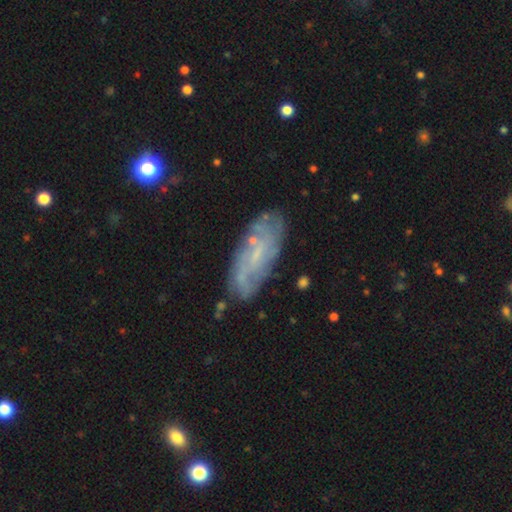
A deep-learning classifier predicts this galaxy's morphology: Smooth or featured? featured or disk (66%)
Edge-on disk? no (88%)
Bar? no (56%)
Spiral arms? yes (74%)
Bulge size? small (63%)
Merging? none (73%)